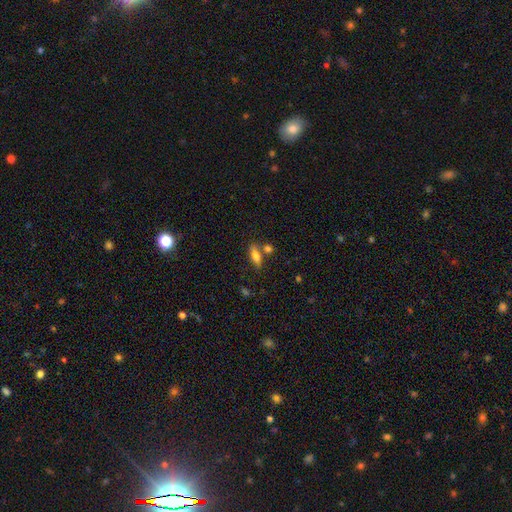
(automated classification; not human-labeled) Morphology: type=smooth (70%); roundness=in between (60%); merging=none (68%).